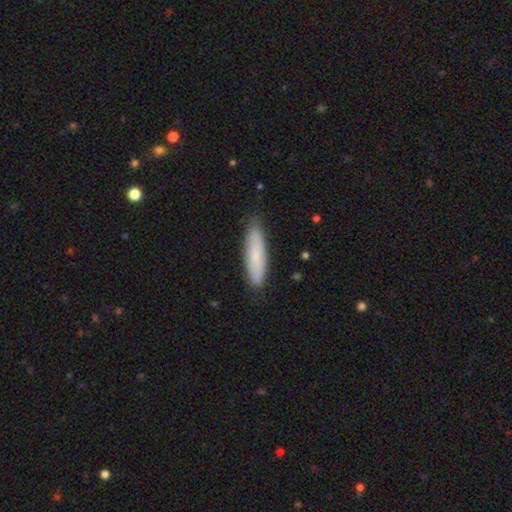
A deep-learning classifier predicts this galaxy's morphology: Q: Smooth or featured?
A: smooth (78%); runner-up: featured or disk (16%)
Q: How rounded?
A: cigar-shaped (75%); runner-up: in between (23%)
Q: Merging?
A: none (84%); runner-up: minor disturbance (13%)